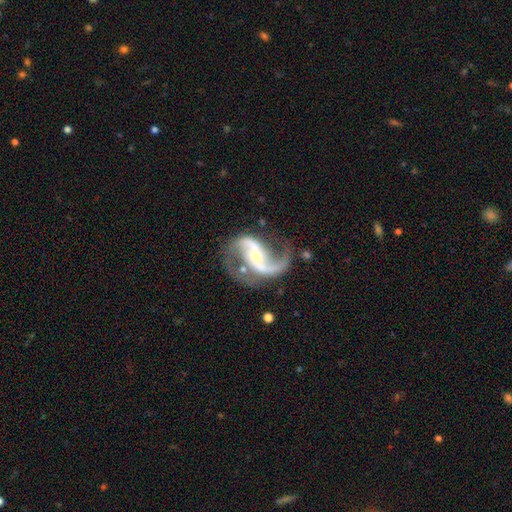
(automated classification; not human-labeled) featured or disk 92%, star or artifact 5%, smooth 3%. Down the decision tree: edge-on disk — no (98%); bar — no (42%); spiral arms — yes (98%); spiral arm count — 2 (92%); spiral winding — loose (51%); bulge size — small (63%); merging — none (69%).